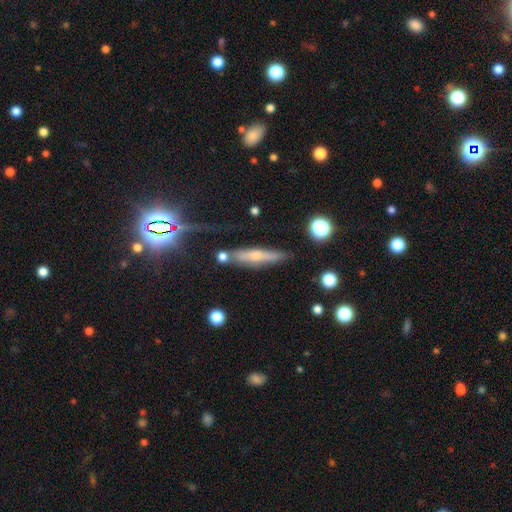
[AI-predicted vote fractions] Smooth or featured? Predicted: featured or disk (p=0.46). Merging? Predicted: none (p=0.72).